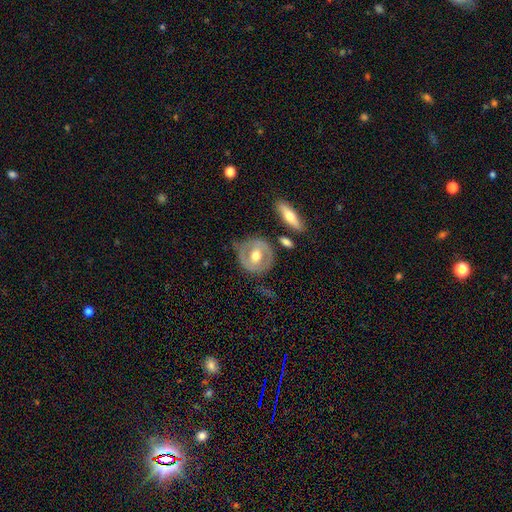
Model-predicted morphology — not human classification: This is possibly a featured or disk galaxy (60%). It is clearly not viewed edge-on (91%). Bar: possibly no (54%). Spiral arm pattern: likely no (67%). Central bulge: likely moderate (75%). Merging: likely none (71%).